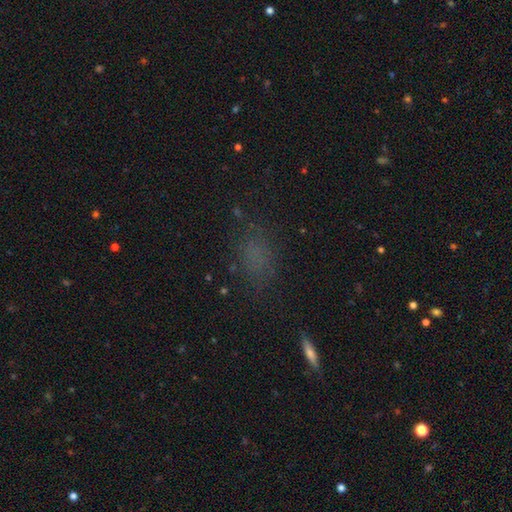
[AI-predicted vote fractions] A smooth galaxy with no disk features (65%) that is in between round and cigar-shaped (71%). Merging: none (71%).